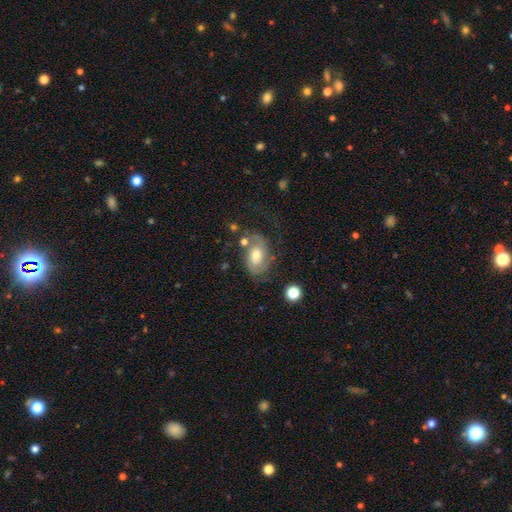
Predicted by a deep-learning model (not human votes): featured or disk 55%, smooth 35%, star or artifact 10%. Down the decision tree: edge-on disk — no (95%); bar — no (70%); spiral arms — yes (77%); bulge size — moderate (71%); merging — none (55%).